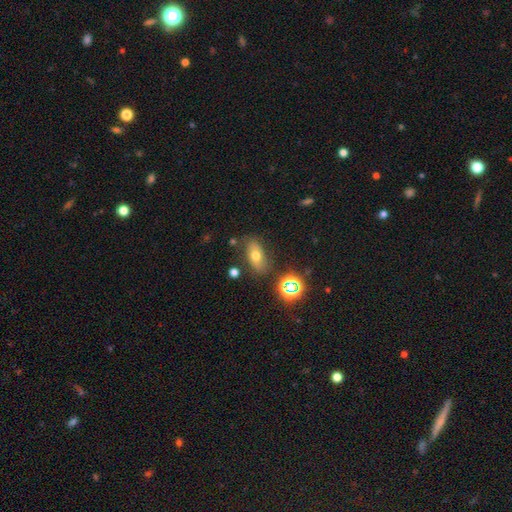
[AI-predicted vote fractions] smooth-or-featured: smooth: 62% | featured or disk: 22% | star or artifact: 16%
  how-rounded: in between: 82% | round: 11% | cigar-shaped: 7%
  merging: none: 75% | minor disturbance: 15% | major disturbance: 5% | merger: 5%